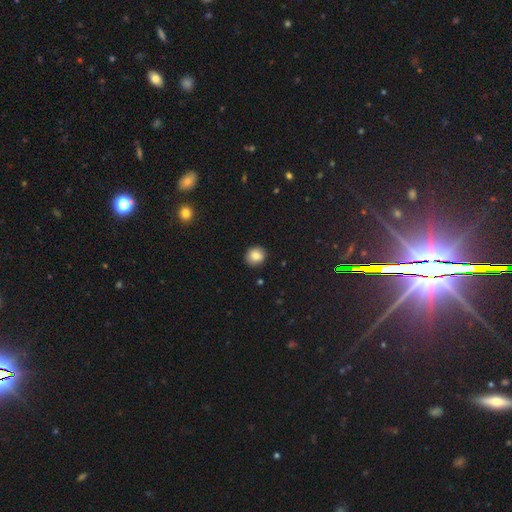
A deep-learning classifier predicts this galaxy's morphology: The model was most divided on "how rounded": round: 83%, in between: 16%, cigar-shaped: 1%. More confident: merging — none (89%); smooth or featured — smooth (86%).